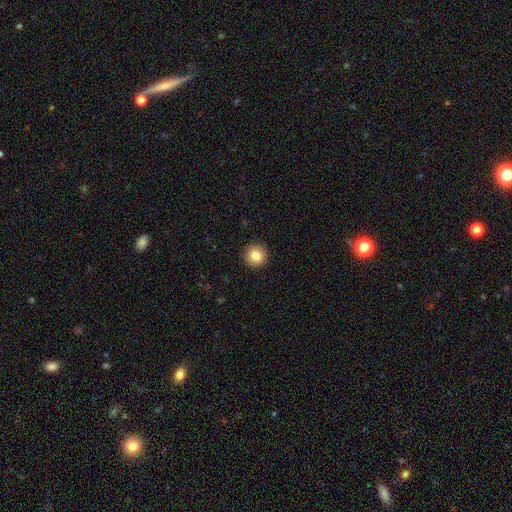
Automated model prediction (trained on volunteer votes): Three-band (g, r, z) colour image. It shows a smooth galaxy with no disk features (84%) that is round (95%). Merging: none (93%).